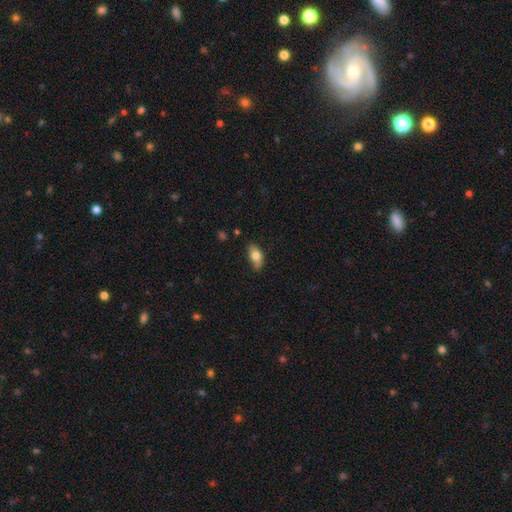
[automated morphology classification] Smooth or featured? smooth (74%)
How rounded? in between (88%)
Merging? none (77%)